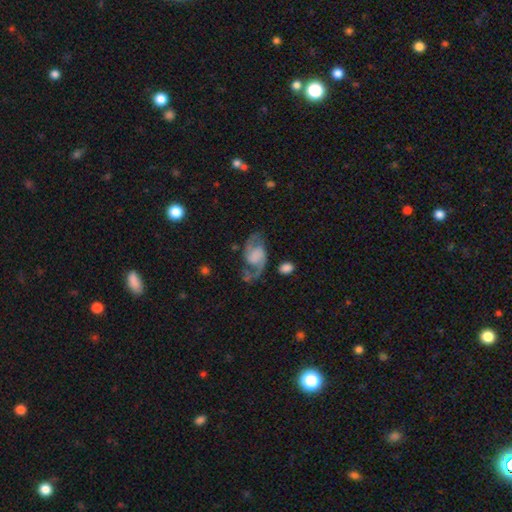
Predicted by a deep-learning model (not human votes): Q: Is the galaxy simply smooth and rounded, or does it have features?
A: featured or disk — 82%.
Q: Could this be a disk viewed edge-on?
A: no — 97%.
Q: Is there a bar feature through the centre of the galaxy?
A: no — 50%.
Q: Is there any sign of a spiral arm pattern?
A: yes — 94%.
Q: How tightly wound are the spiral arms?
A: medium — 45%.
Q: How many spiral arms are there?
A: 2 — 91%.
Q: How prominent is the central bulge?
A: none — 48%.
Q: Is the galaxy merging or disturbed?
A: none — 63%.